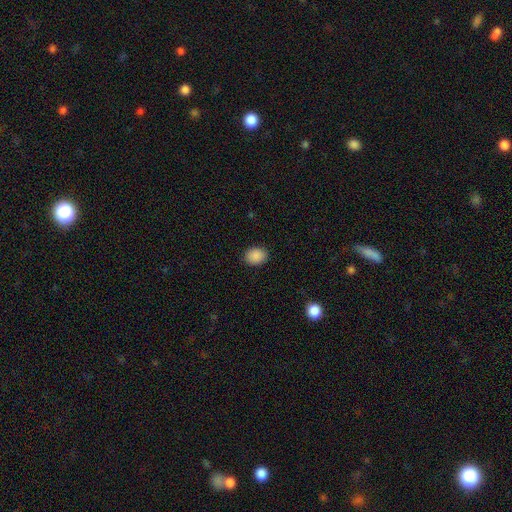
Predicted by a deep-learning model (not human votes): Smooth or featured? Predicted: smooth (p=0.89). How rounded? Predicted: in between (p=0.52). Merging? Predicted: none (p=0.89).